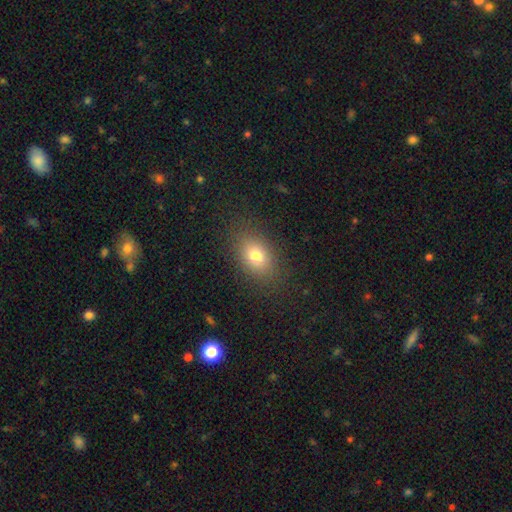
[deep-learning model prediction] The model was most divided on "how rounded": in between: 75%, round: 23%, cigar-shaped: 2%. More confident: merging — none (85%); smooth or featured — smooth (76%).